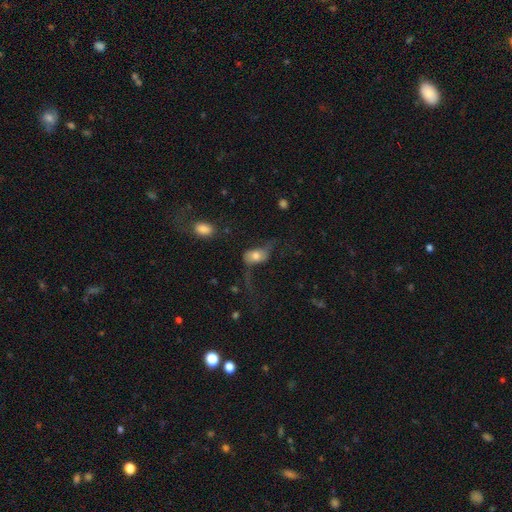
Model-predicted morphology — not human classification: Overall: smooth (48%; featured or disk 42%). Merging: major disturbance (45%; none 31%).